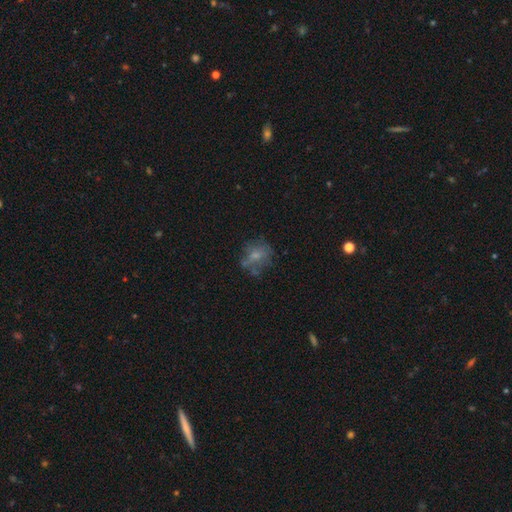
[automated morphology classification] This is possibly a smooth galaxy (47%). Merging: possibly none (52%).